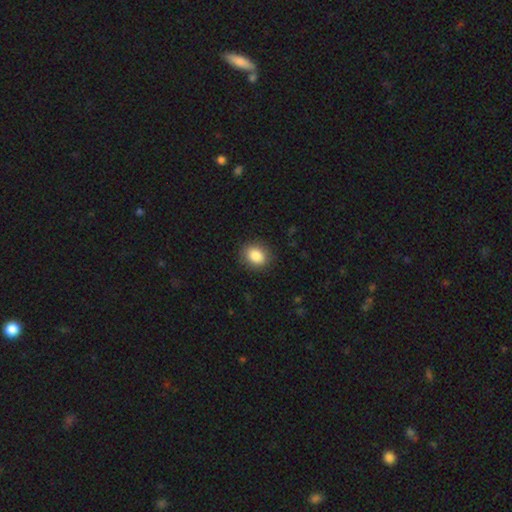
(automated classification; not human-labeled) smooth_or_featured: smooth (p=0.86) [alt: star or artifact p=0.09]
how_rounded: round (p=0.56) [alt: in between p=0.43]
merging: none (p=0.88) [alt: minor disturbance p=0.08]